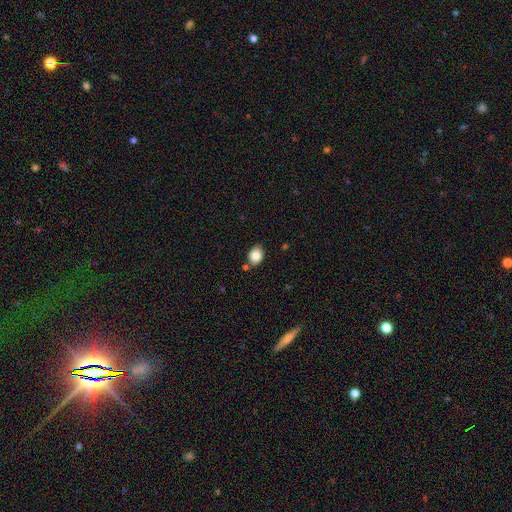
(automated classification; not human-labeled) Morphology: type=smooth (84%); roundness=in between (68%); merging=none (77%).